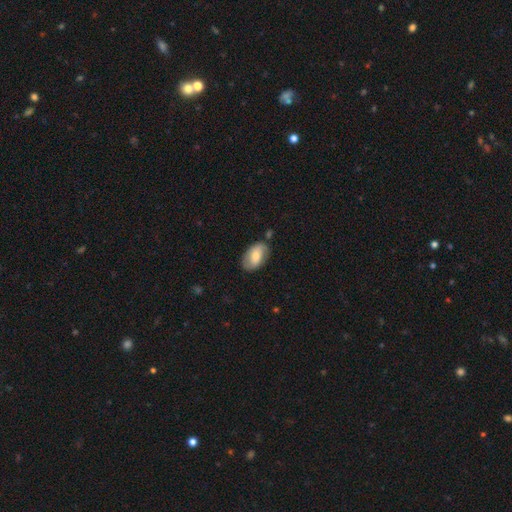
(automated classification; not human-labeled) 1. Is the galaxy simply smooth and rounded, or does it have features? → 60% smooth, 34% featured or disk, 7% star or artifact.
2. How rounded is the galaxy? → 90% in between, 8% round, 2% cigar-shaped.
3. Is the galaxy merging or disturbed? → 74% none, 19% minor disturbance, 4% major disturbance, 3% merger.